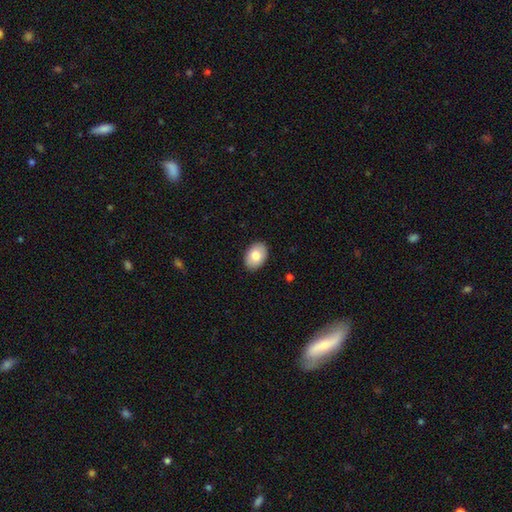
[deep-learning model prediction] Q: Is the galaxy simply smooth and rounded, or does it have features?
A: smooth — 80%.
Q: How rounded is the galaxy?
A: in between — 85%.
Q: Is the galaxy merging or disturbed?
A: none — 90%.